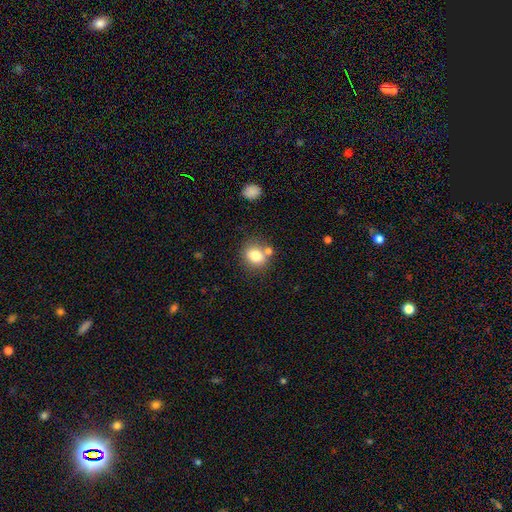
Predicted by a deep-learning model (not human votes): Smooth or featured: smooth — 80% (star or artifact — 11%)
How rounded: round — 61% (in between — 38%)
Merging: none — 66% (merger — 16%)